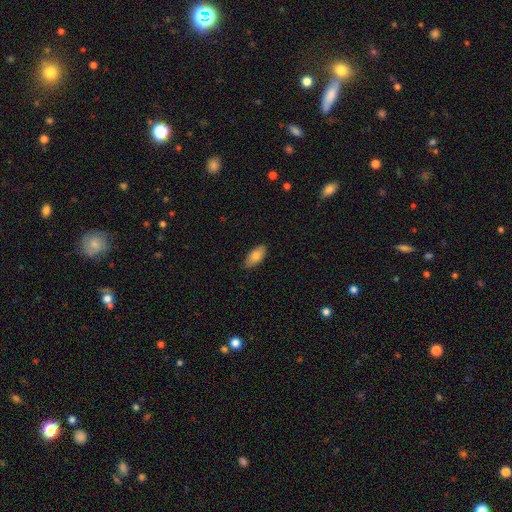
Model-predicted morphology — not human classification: smooth 81%, featured or disk 12%, star or artifact 6%. Down the decision tree: how rounded — in between (90%); merging — none (84%).